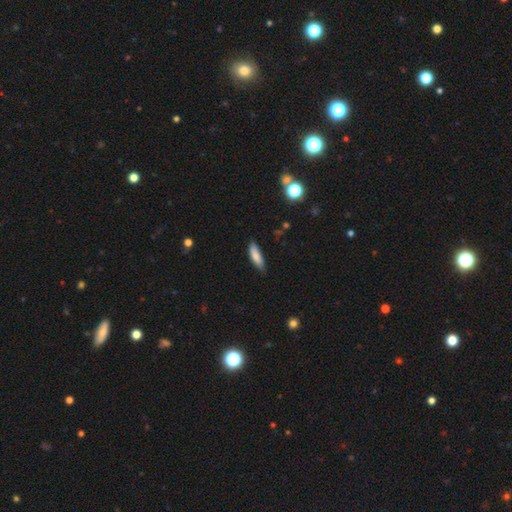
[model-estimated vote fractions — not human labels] The model was most divided on "how rounded": cigar-shaped: 54%, in between: 44%, round: 2%. More confident: smooth or featured — smooth (80%); merging — none (78%).